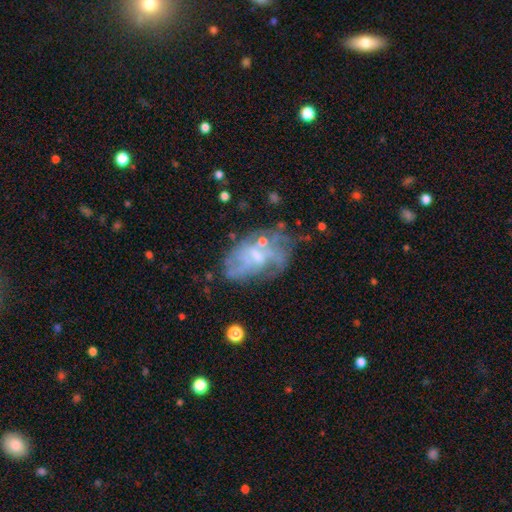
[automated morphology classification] Smooth or featured?
  - featured or disk: 70% *
  - smooth: 20%
  - star or artifact: 10%
Edge-on disk?
  - no: 96% *
  - yes: 4%
Bar?
  - no: 54% *
  - weak: 39%
  - strong: 7%
Spiral arms?
  - yes: 62% *
  - no: 38%
Bulge size?
  - small: 48% *
  - moderate: 28%
  - none: 20%
  - large: 2%
  - dominant: 1%
Merging?
  - none: 46% *
  - minor disturbance: 24%
  - major disturbance: 23%
  - merger: 7%